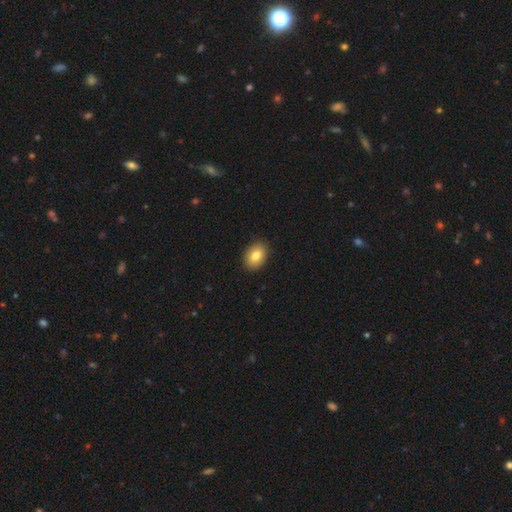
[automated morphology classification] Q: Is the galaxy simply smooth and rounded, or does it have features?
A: smooth — 82%.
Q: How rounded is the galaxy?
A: in between — 75%.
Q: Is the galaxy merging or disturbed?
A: none — 90%.